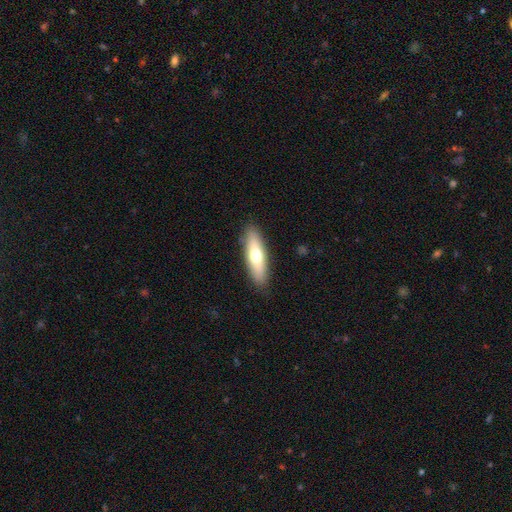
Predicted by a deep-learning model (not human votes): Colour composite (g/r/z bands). It shows a smooth galaxy with no disk features (62%) that is cigar-shaped (55%). Merging: none (88%).